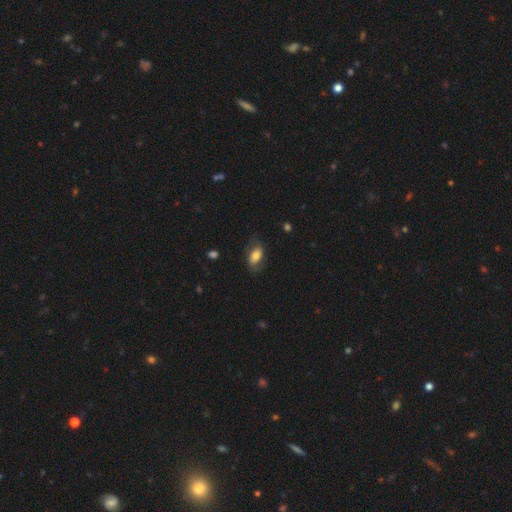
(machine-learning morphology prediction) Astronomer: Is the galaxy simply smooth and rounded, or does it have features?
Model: smooth — 69%.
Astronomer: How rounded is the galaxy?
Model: in between — 89%.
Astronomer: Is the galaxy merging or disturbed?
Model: none — 68%.